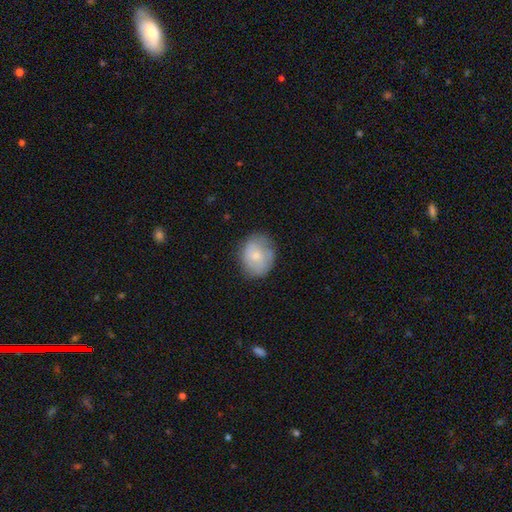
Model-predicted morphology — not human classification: A smooth galaxy with no disk features (58%) that is round (60%).

Vote fractions:
- Smooth or featured? smooth: 58% / featured or disk: 35% / star or artifact: 7%
- How rounded? round: 60% / in between: 39% / cigar-shaped: 1%
- Merging? none: 70% / minor disturbance: 22% / major disturbance: 7% / merger: 1%